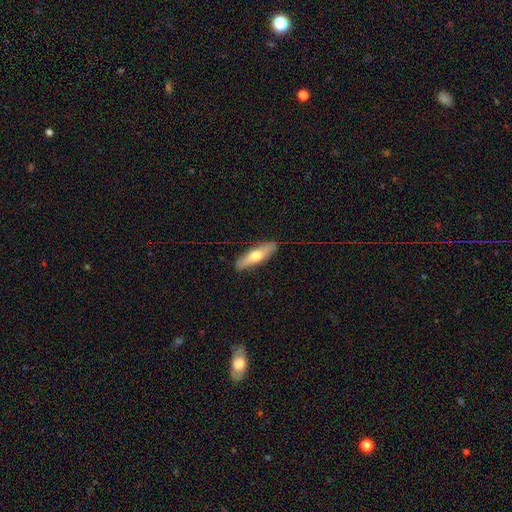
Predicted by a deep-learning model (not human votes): smooth 62%, featured or disk 33%, star or artifact 5%. Down the decision tree: how rounded — cigar-shaped (57%); merging — none (87%).